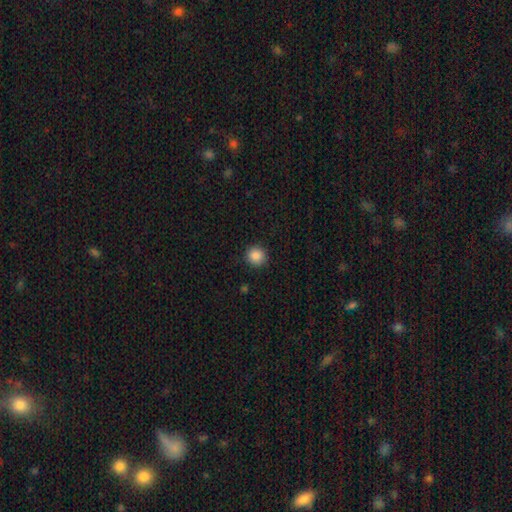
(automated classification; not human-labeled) Smooth or featured? Predicted: smooth (p=0.88). How rounded? Predicted: round (p=0.92). Merging? Predicted: none (p=0.91).